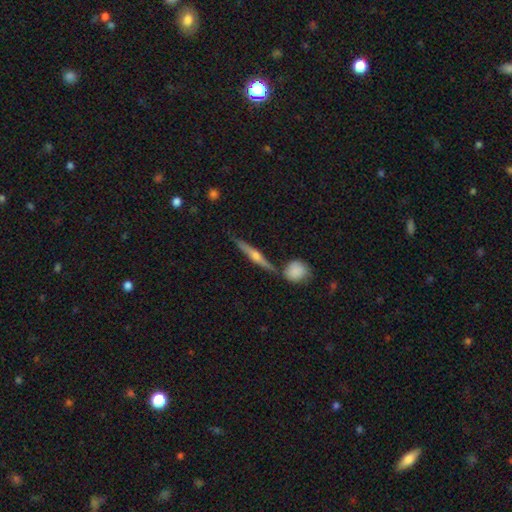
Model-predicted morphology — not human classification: A featured or disk galaxy (71%) viewed edge-on (97%) with a rounded central bulge (90%). Merging: none (79%).